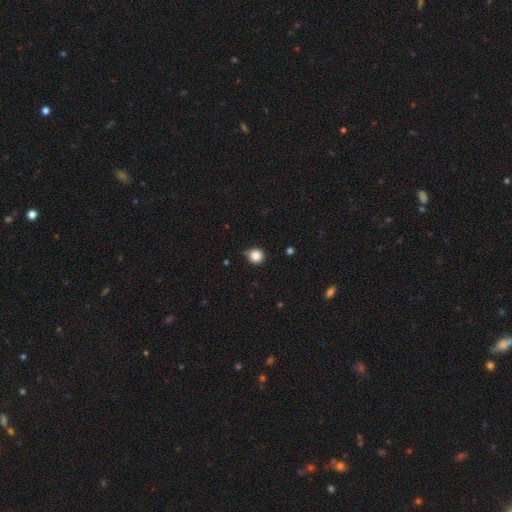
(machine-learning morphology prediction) Smooth or featured? smooth (85%)
How rounded? round (92%)
Merging? none (78%)